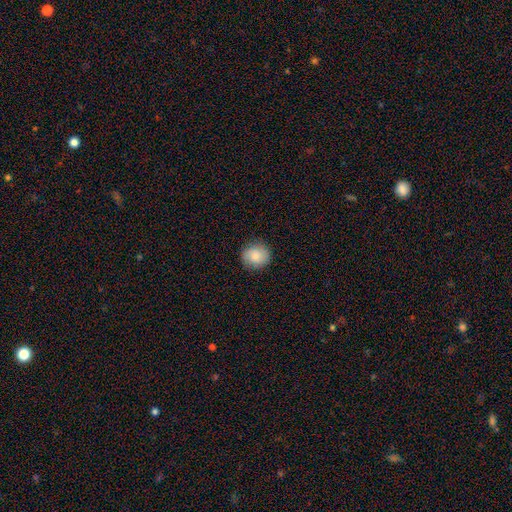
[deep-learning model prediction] A smooth galaxy with no disk features (80%) that is round (88%).

Vote fractions:
- Smooth or featured? smooth: 80% / featured or disk: 12% / star or artifact: 7%
- How rounded? round: 88% / in between: 11% / cigar-shaped: 1%
- Merging? none: 87% / minor disturbance: 10% / major disturbance: 2% / merger: 1%